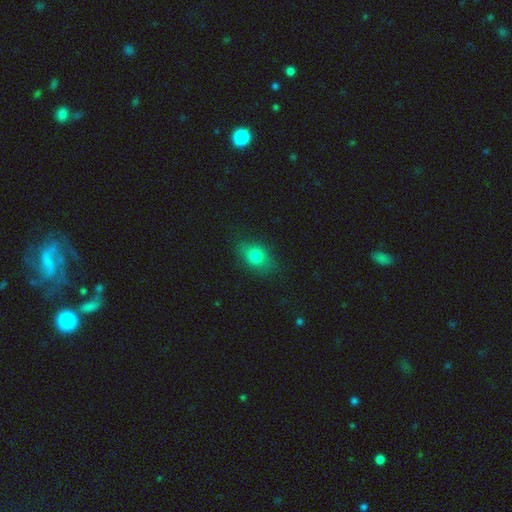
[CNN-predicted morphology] smooth 77%, featured or disk 12%, star or artifact 11%. Down the decision tree: how rounded — in between (73%); merging — none (77%).